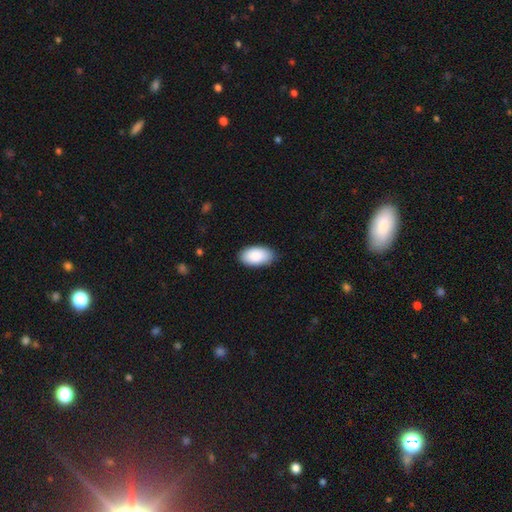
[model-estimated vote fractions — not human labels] This appears to be a smooth galaxy with no disk features (89%) that is in between round and cigar-shaped (96%). Merging: none (85%).